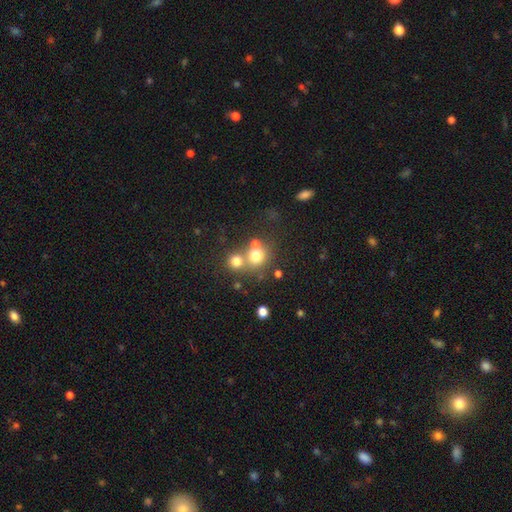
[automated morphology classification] A smooth galaxy with no disk features (71%) that is round (84%).

Vote fractions:
- Smooth or featured? smooth: 71% / star or artifact: 16% / featured or disk: 13%
- How rounded? round: 84% / in between: 15% / cigar-shaped: 1%
- Merging? none: 50% / merger: 38% / minor disturbance: 8% / major disturbance: 4%